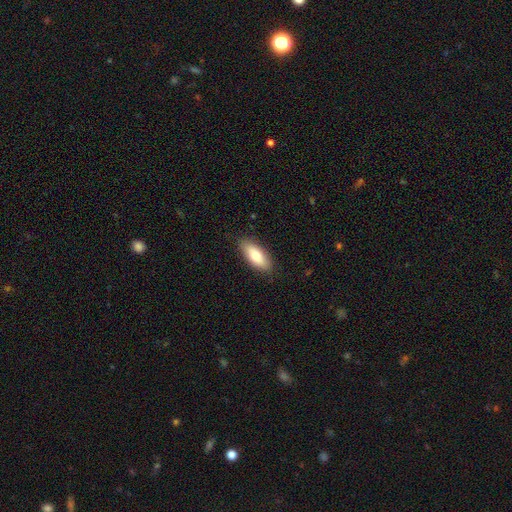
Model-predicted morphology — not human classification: This is likely a smooth galaxy (76%). How rounded: likely in between (80%). Merging: clearly none (87%).